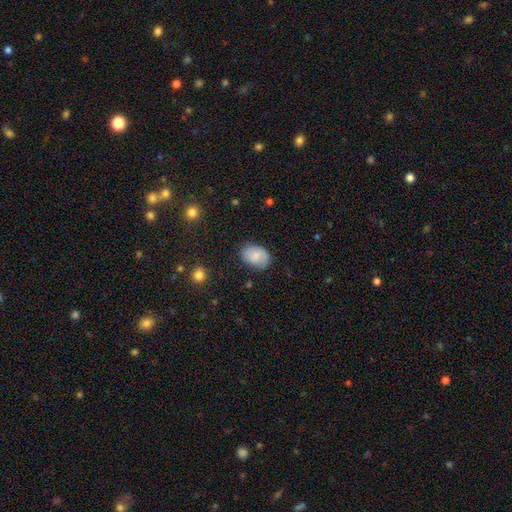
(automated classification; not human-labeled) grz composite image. It shows a smooth galaxy with no disk features (74%) that is in between round and cigar-shaped (81%). Merging: none (79%).